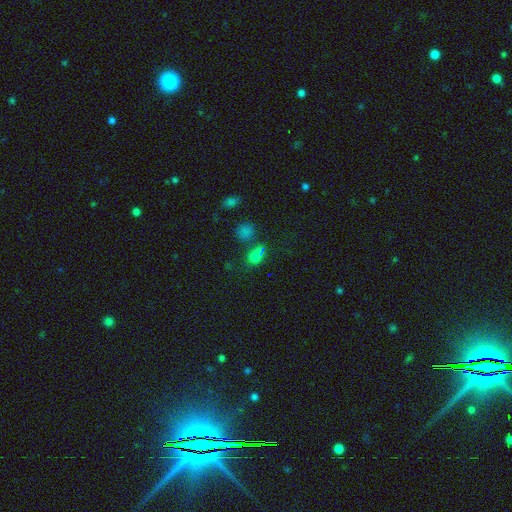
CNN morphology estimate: Q: Smooth or featured?
A: smooth (62%); runner-up: star or artifact (30%)
Q: How rounded?
A: in between (54%); runner-up: round (42%)
Q: Merging?
A: none (52%); runner-up: merger (25%)